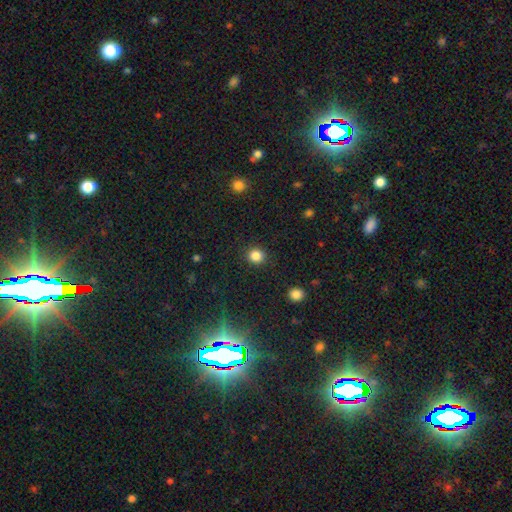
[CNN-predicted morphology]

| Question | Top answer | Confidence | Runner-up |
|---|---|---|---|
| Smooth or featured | smooth | 84% | star or artifact (12%) |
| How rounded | round | 88% | in between (11%) |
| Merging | none | 90% | minor disturbance (6%) |